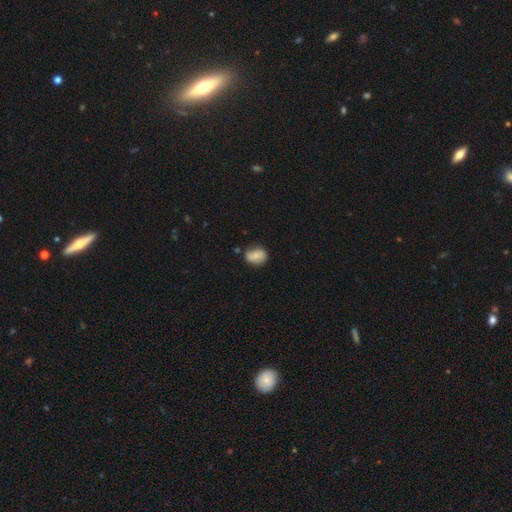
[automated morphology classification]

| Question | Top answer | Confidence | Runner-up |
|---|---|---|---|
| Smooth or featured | smooth | 64% | featured or disk (28%) |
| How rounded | in between | 50% | round (48%) |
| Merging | none | 67% | minor disturbance (22%) |